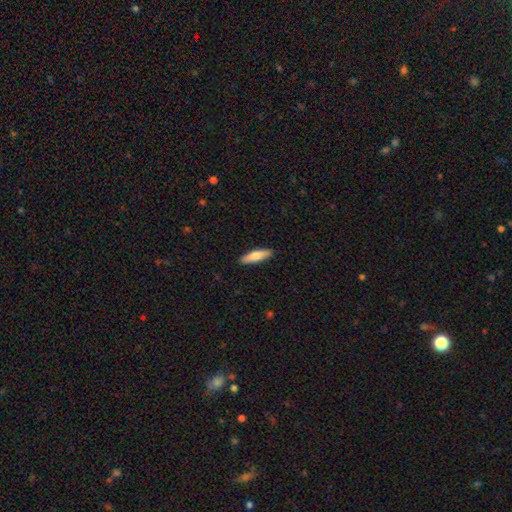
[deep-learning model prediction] The model was most divided on "how rounded": cigar-shaped: 66%, in between: 32%, round: 2%. More confident: merging — none (90%); smooth or featured — smooth (76%).